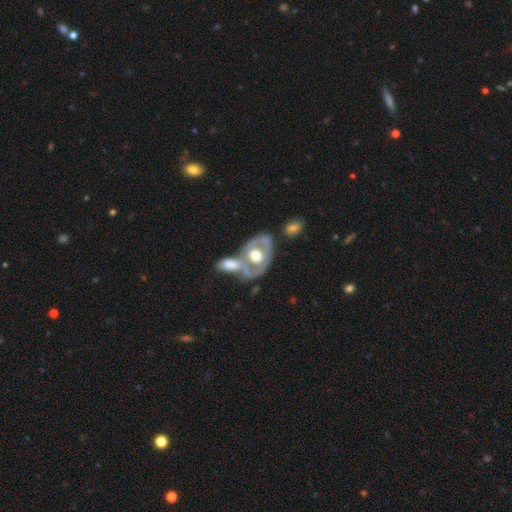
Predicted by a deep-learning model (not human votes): Smooth or featured?
  - featured or disk: 64% *
  - smooth: 30%
  - star or artifact: 5%
Edge-on disk?
  - no: 93% *
  - yes: 7%
Bar?
  - no: 83% *
  - weak: 12%
  - strong: 5%
Spiral arms?
  - no: 70% *
  - yes: 30%
Bulge size?
  - moderate: 55% *
  - large: 36%
  - small: 5%
  - dominant: 3%
  - none: 2%
Merging?
  - none: 39% *
  - merger: 38%
  - minor disturbance: 14%
  - major disturbance: 9%